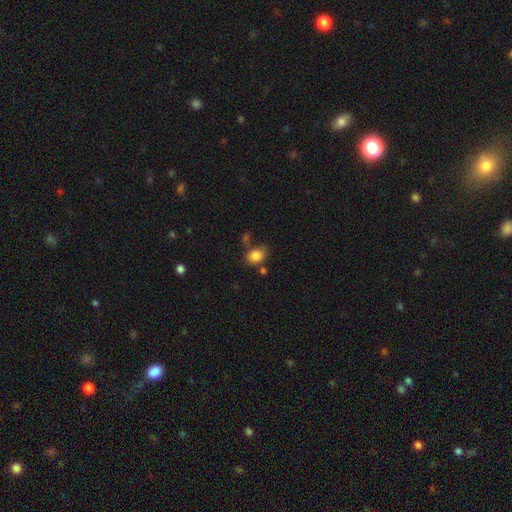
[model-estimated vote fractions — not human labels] This appears to be a smooth galaxy with no disk features (84%) that is in between round and cigar-shaped (62%). Merging: none (61%).